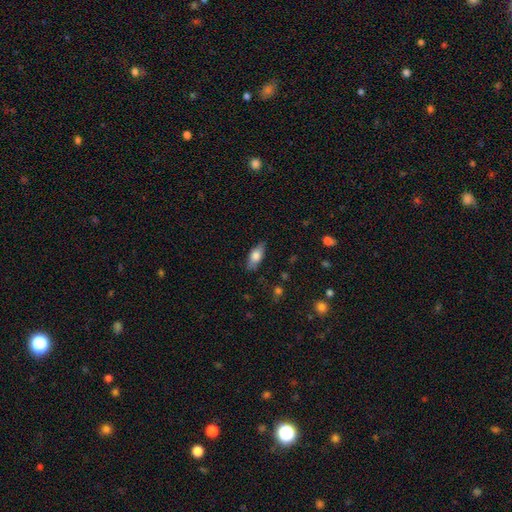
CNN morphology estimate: A smooth galaxy with no disk features (72%) that is in between round and cigar-shaped (80%). Merging: none (83%).